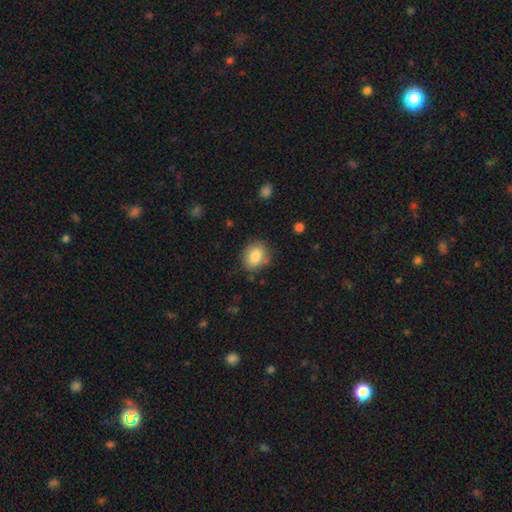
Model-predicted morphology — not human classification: type=smooth (84%); roundness=round (51%); merging=none (80%).